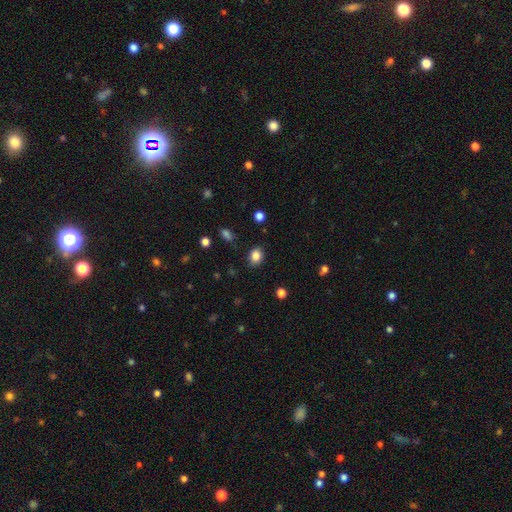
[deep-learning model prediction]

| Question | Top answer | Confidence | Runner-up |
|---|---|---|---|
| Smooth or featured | smooth | 85% | star or artifact (10%) |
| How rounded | in between | 59% | round (40%) |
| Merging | none | 83% | minor disturbance (12%) |